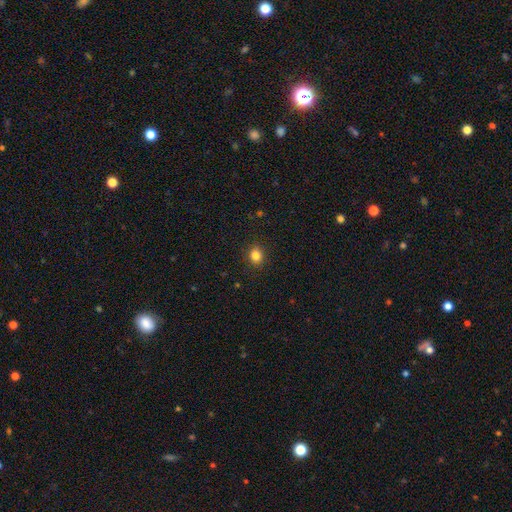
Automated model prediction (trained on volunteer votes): Smooth or featured: smooth — 84% (star or artifact — 11%)
How rounded: round — 61% (in between — 38%)
Merging: none — 90% (minor disturbance — 7%)